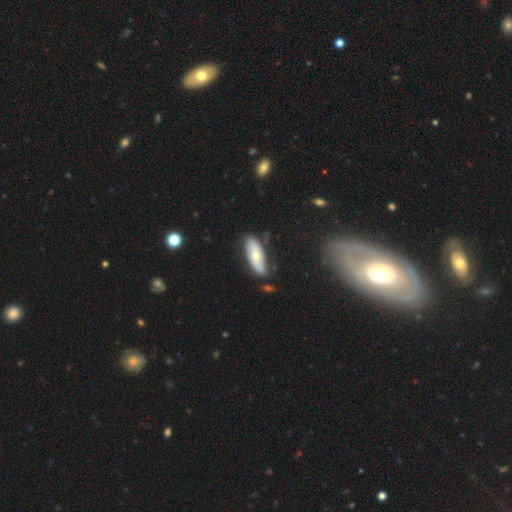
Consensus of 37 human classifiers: A smooth galaxy with no disk features (59%) that is in between round and cigar-shaped (77%).

Vote fractions:
- Smooth or featured? smooth: 59% / featured or disk: 41% / star or artifact: 0%
- How rounded? in between: 77% / cigar-shaped: 18% / round: 5%
- Merging? none: 59% / minor disturbance: 35% / merger: 5% / major disturbance: 0%